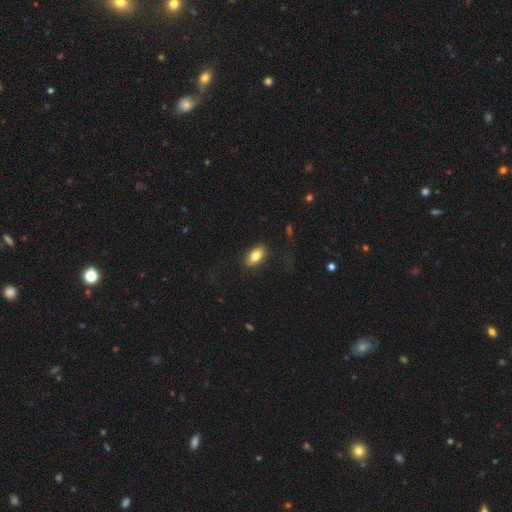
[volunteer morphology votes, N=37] Q: Smooth or featured?
A: smooth (89%); runner-up: featured or disk (5%)
Q: How rounded?
A: in between (91%); runner-up: cigar-shaped (9%)
Q: Merging?
A: none (86%); runner-up: minor disturbance (14%)